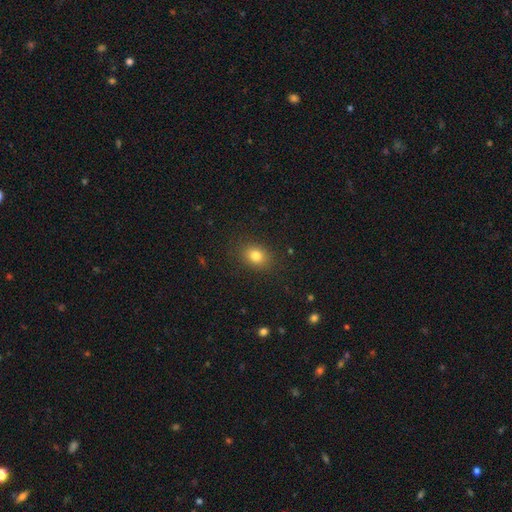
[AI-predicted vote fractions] This is clearly a smooth galaxy (81%). How rounded: possibly in between (58%). Merging: clearly none (87%).